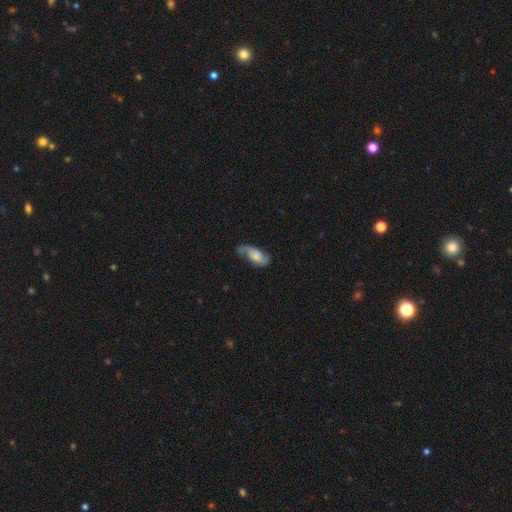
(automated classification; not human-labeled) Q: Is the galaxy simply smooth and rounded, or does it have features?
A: featured or disk — 58%.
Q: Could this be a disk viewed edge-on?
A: no — 91%.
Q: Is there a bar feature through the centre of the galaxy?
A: no — 65%.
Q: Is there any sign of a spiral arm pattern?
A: yes — 90%.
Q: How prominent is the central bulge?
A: moderate — 37%.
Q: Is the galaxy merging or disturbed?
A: none — 58%.